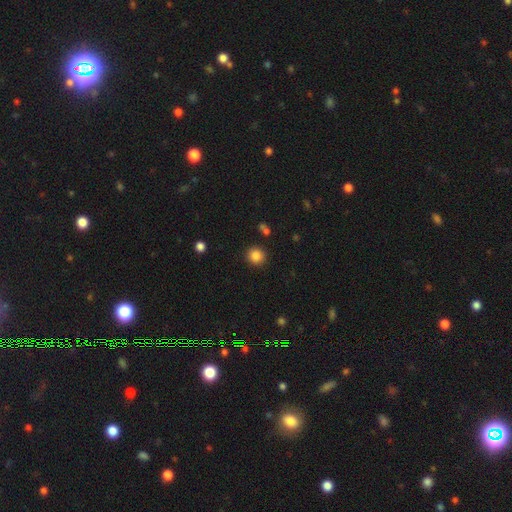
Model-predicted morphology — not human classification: Overall: smooth (85%). How rounded: round (91%). Merging: none (89%).